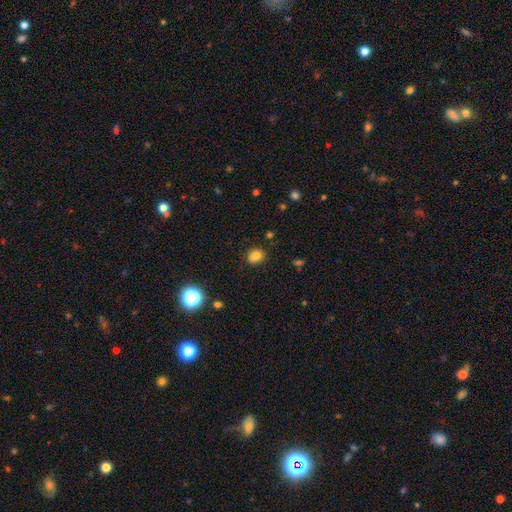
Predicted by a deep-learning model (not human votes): smooth_or_featured: smooth (p=0.80) [alt: star or artifact p=0.14]
how_rounded: round (p=0.64) [alt: in between p=0.35]
merging: none (p=0.80) [alt: minor disturbance p=0.14]